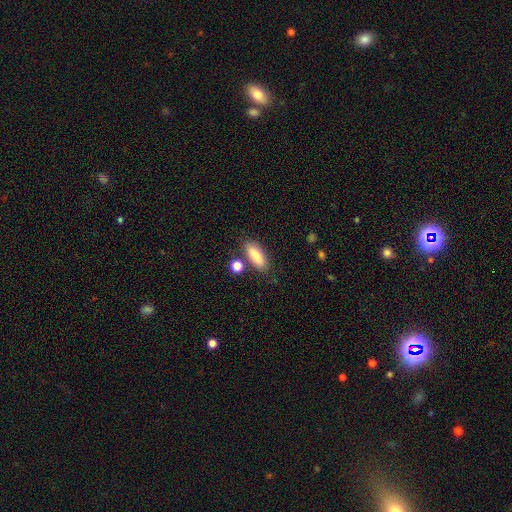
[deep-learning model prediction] Morphology: type=smooth (84%); roundness=in between (69%); merging=none (76%).